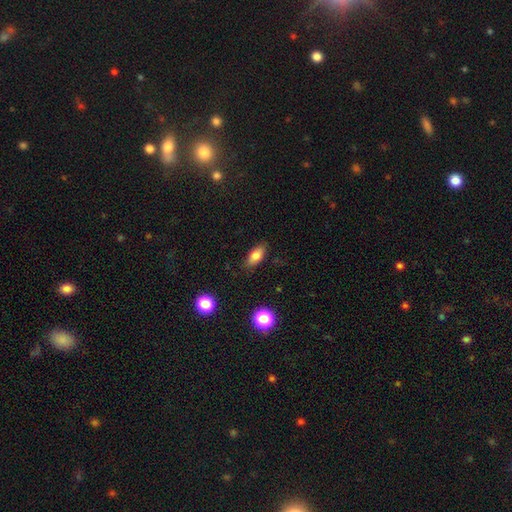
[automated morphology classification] This appears to be a smooth galaxy with no disk features (79%) that is in between round and cigar-shaped (83%). Merging: none (85%).